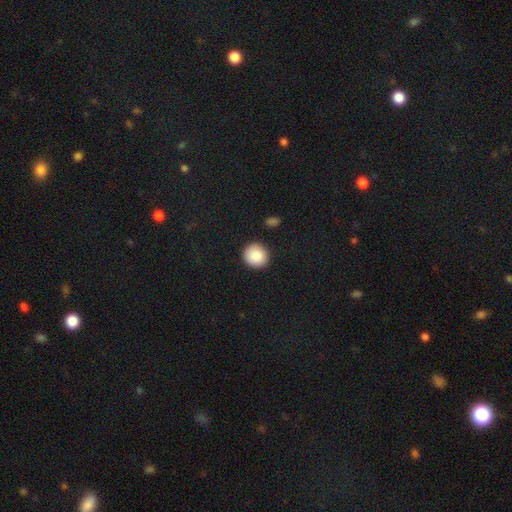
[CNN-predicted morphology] Smooth or featured? Predicted: smooth (p=0.88). How rounded? Predicted: round (p=0.91). Merging? Predicted: none (p=0.90).